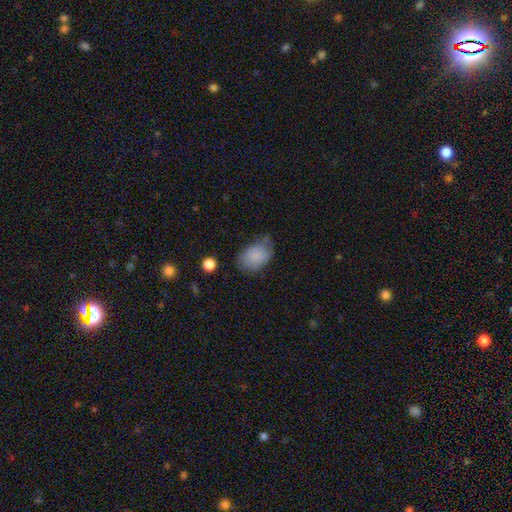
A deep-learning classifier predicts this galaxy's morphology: Q: Smooth or featured?
A: smooth (83%); runner-up: featured or disk (9%)
Q: How rounded?
A: in between (79%); runner-up: round (20%)
Q: Merging?
A: none (56%); runner-up: minor disturbance (31%)